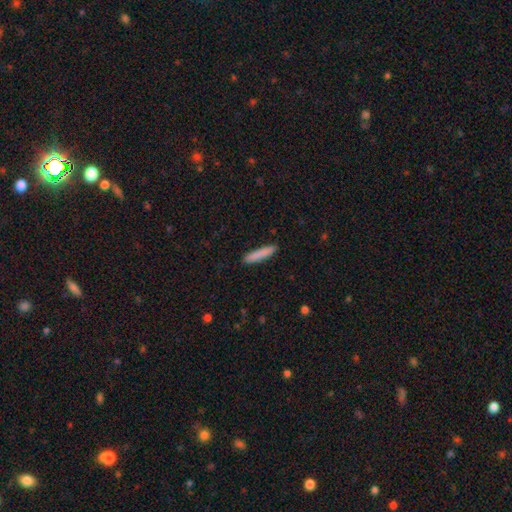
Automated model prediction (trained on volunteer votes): smooth 85%, featured or disk 9%, star or artifact 6%. Down the decision tree: how rounded — cigar-shaped (92%); merging — none (90%).